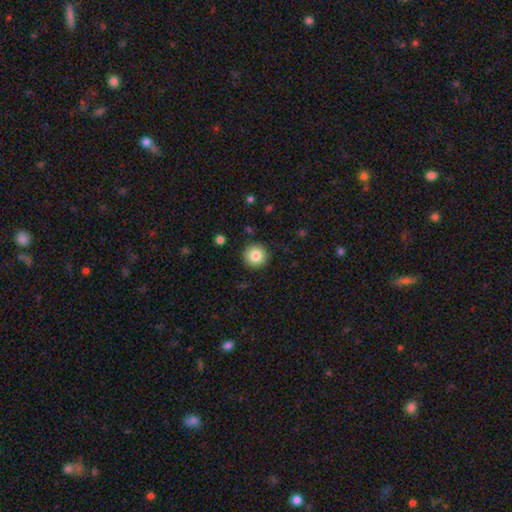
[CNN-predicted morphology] smooth 84%, star or artifact 9%, featured or disk 7%. Down the decision tree: how rounded — round (95%); merging — none (91%).